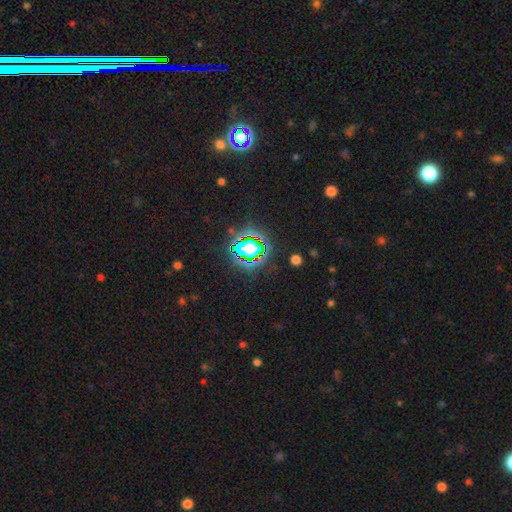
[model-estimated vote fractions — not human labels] The model was most divided on "smooth or featured": star or artifact: 82%, smooth: 11%, featured or disk: 7%.